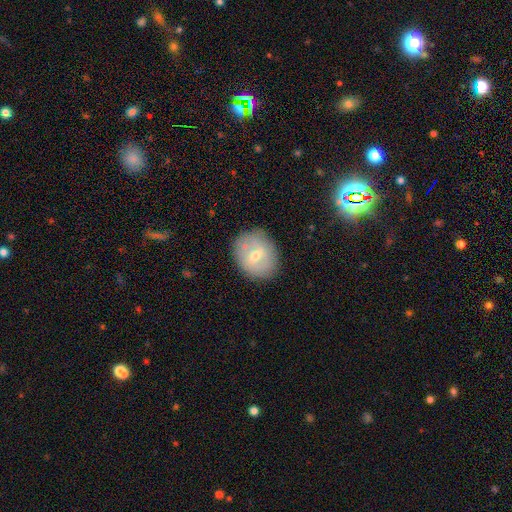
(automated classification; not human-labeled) This appears to be a smooth galaxy with no disk features (49%). Merging: none (77%).